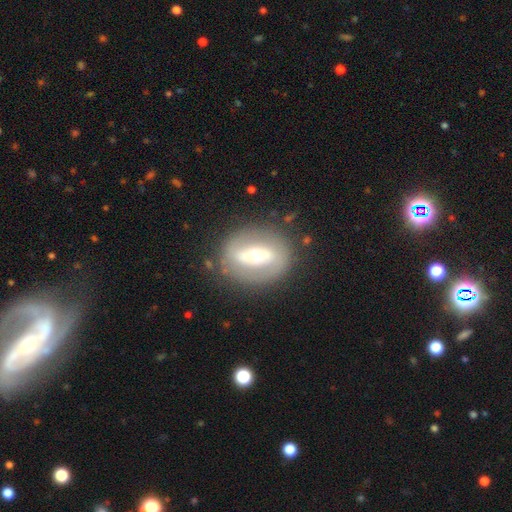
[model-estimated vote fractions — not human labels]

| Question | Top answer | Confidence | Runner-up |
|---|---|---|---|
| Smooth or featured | featured or disk | 65% | smooth (28%) |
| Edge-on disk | no | 89% | yes (11%) |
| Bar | strong | 54% | weak (27%) |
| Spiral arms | no | 65% | yes (35%) |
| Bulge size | moderate | 64% | small (26%) |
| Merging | none | 81% | minor disturbance (11%) |